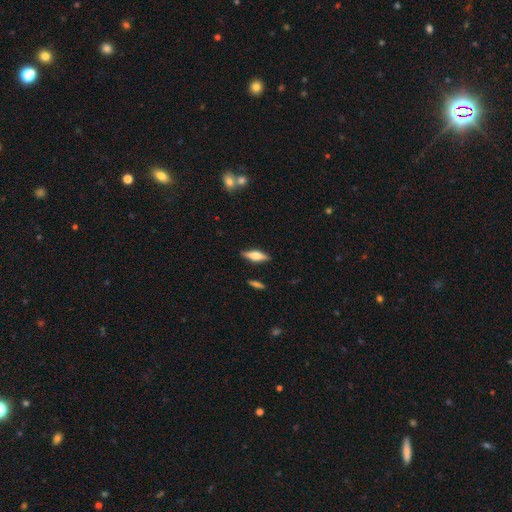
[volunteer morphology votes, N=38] Smooth or featured? featured or disk (55%)
Edge-on disk? yes (100%)
Edge-on bulge? rounded (76%)
Merging? none (79%)